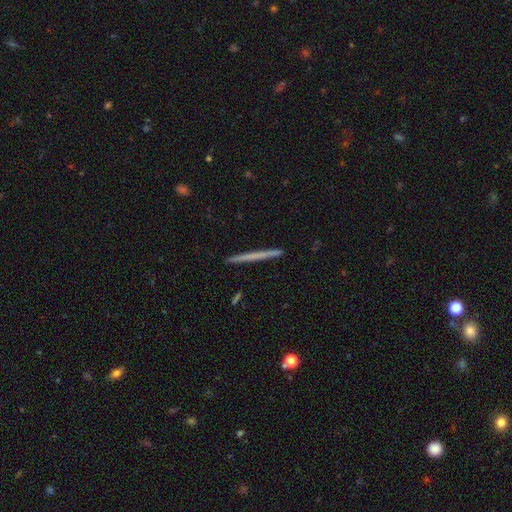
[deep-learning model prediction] Smooth or featured: featured or disk — 49% (smooth — 45%)
Merging: none — 93% (minor disturbance — 5%)